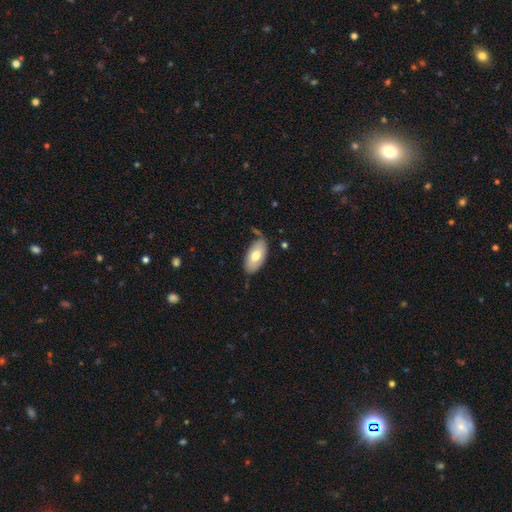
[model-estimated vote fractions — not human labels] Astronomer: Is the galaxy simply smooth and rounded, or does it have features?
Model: smooth — 72%.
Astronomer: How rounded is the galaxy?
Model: in between — 94%.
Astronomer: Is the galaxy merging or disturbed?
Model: none — 70%.